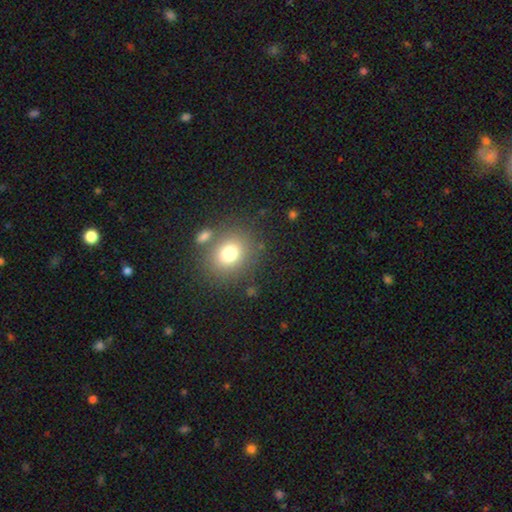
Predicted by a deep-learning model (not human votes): Smooth or featured?
  - smooth: 64% *
  - star or artifact: 27%
  - featured or disk: 9%
How rounded?
  - round: 76% *
  - in between: 23%
  - cigar-shaped: 1%
Merging?
  - none: 81% *
  - minor disturbance: 8%
  - merger: 8%
  - major disturbance: 3%